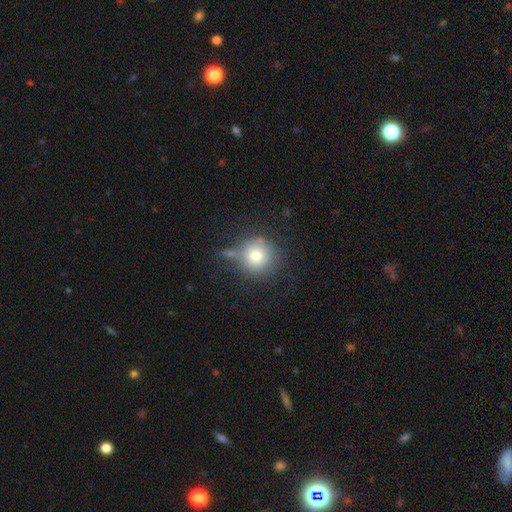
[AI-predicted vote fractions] smooth-or-featured: smooth: 75% | featured or disk: 14% | star or artifact: 11%
  how-rounded: round: 93% | in between: 6% | cigar-shaped: 1%
  merging: none: 65% | minor disturbance: 17% | merger: 11% | major disturbance: 7%